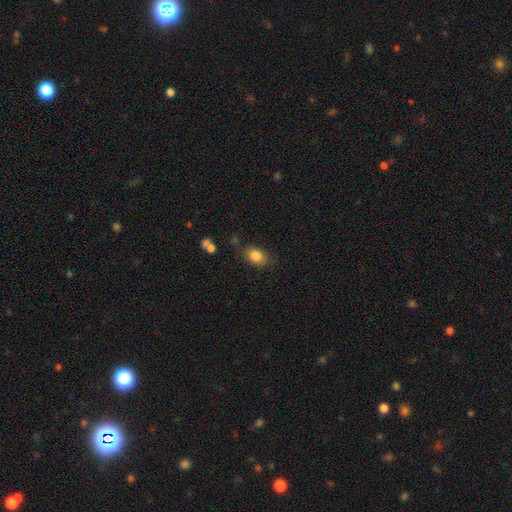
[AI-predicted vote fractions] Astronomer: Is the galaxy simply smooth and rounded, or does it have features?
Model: smooth — 84%.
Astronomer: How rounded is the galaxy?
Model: in between — 78%.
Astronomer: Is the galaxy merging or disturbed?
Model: none — 78%.